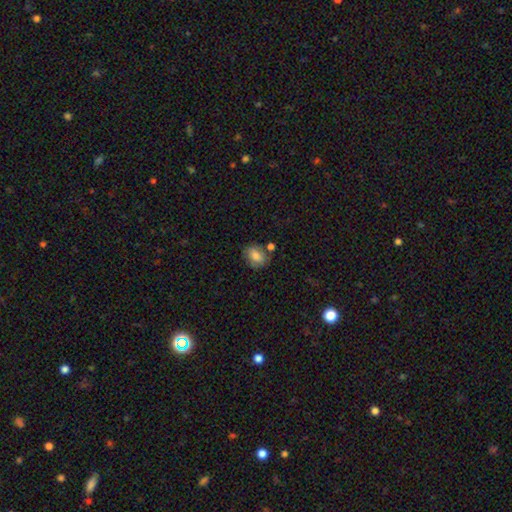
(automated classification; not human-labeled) Morphology: type=smooth (78%); roundness=in between (61%); merging=none (66%).